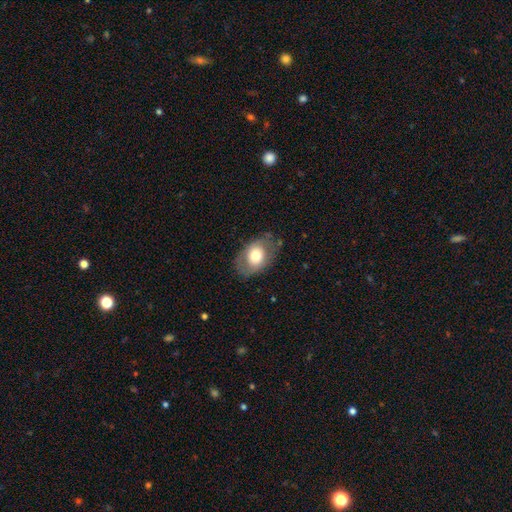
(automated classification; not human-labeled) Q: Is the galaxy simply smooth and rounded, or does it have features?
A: smooth — 63%.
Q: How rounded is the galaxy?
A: in between — 78%.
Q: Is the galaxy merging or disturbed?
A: none — 72%.